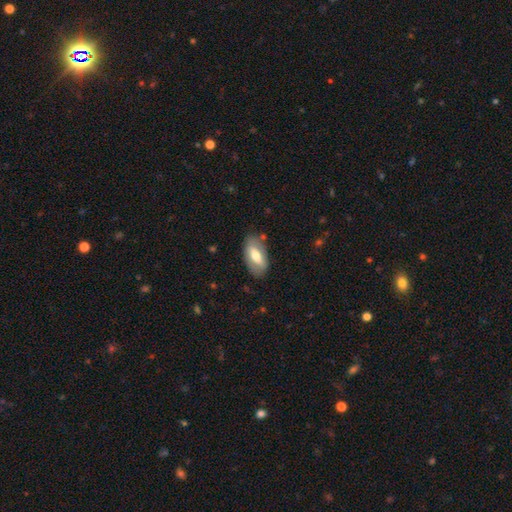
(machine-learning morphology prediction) Smooth or featured?
  - smooth: 55% *
  - featured or disk: 39%
  - star or artifact: 6%
How rounded?
  - in between: 90% *
  - cigar-shaped: 7%
  - round: 3%
Merging?
  - none: 79% *
  - minor disturbance: 15%
  - major disturbance: 4%
  - merger: 2%